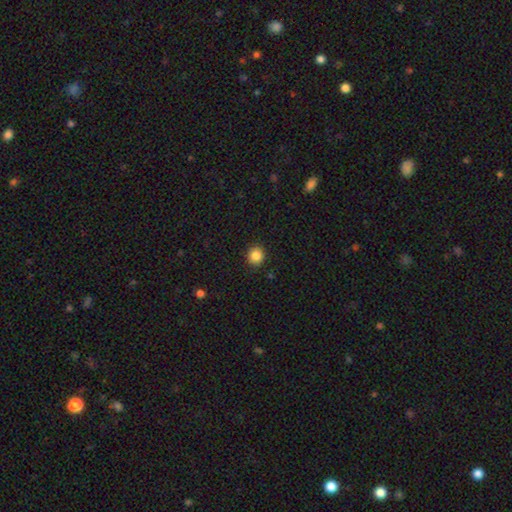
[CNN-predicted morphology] Smooth or featured? smooth (86%)
How rounded? round (88%)
Merging? none (91%)